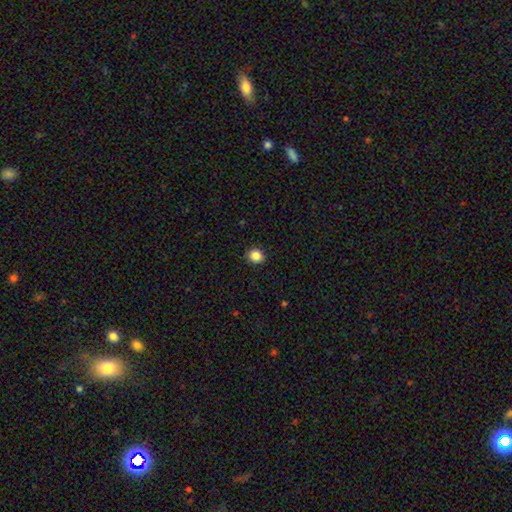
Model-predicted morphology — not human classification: Smooth or featured? smooth (86%)
How rounded? round (75%)
Merging? none (90%)